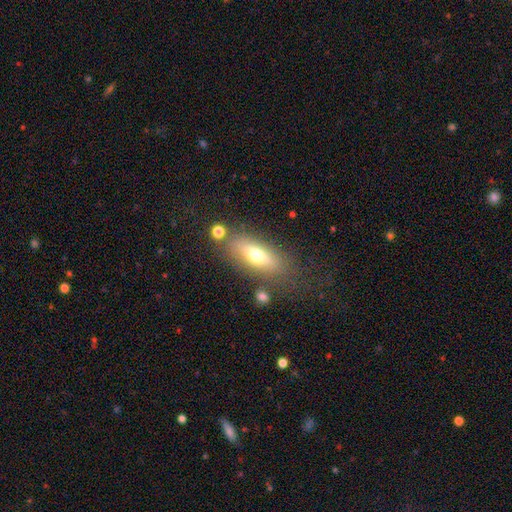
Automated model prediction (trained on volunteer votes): smooth 63%, featured or disk 28%, star or artifact 9%. Down the decision tree: how rounded — in between (65%); merging — none (72%).